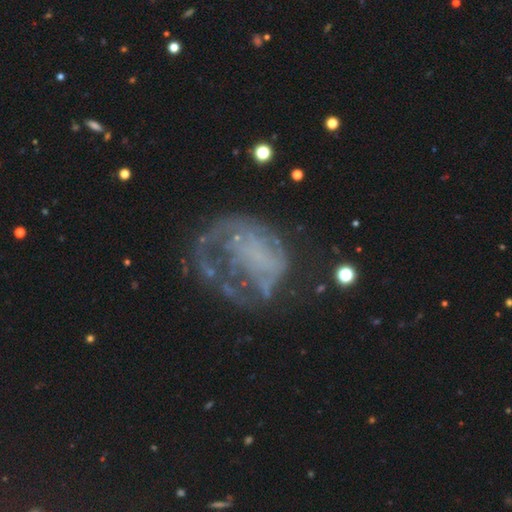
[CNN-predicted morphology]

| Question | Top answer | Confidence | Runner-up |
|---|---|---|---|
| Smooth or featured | featured or disk | 69% | smooth (18%) |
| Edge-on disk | no | 98% | yes (2%) |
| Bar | no | 85% | weak (11%) |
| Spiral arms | no | 54% | yes (46%) |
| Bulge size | none | 82% | small (8%) |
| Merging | major disturbance | 45% | none (33%) |